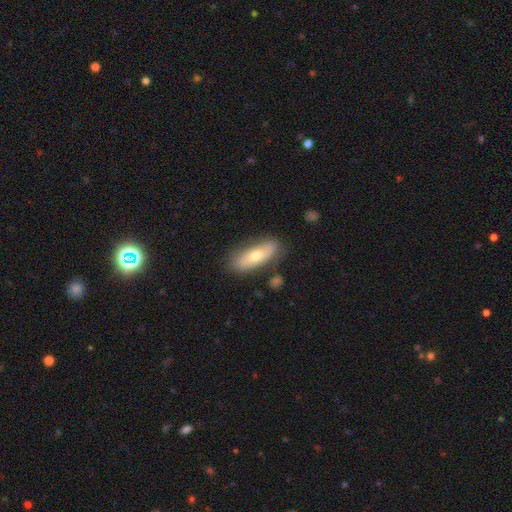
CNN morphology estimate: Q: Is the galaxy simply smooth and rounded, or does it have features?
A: smooth — 60%.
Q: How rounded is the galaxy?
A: in between — 64%.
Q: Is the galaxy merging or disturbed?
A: none — 79%.